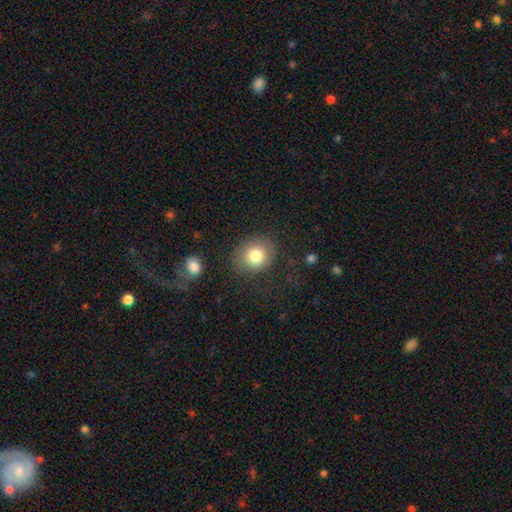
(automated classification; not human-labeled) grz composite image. It shows a smooth galaxy with no disk features (81%) that is round (70%). Merging: none (81%).